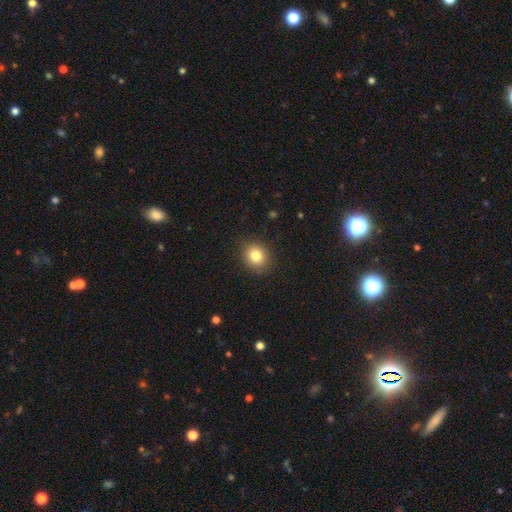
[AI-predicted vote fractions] Smooth or featured? smooth (82%)
How rounded? round (72%)
Merging? none (88%)